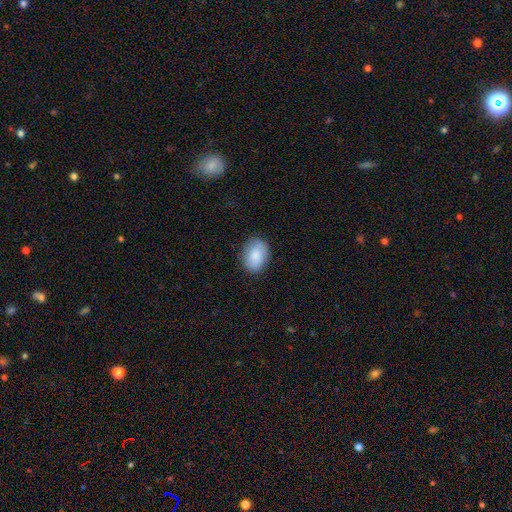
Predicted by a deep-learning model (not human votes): smooth_or_featured: smooth (p=0.77) [alt: featured or disk p=0.16]
how_rounded: in between (p=0.77) [alt: round p=0.22]
merging: none (p=0.83) [alt: minor disturbance p=0.13]